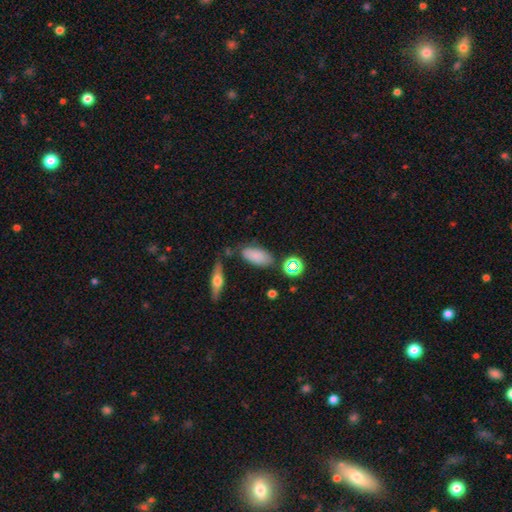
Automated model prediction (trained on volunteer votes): smooth-or-featured: smooth: 77% | featured or disk: 12% | star or artifact: 11%
  how-rounded: in between: 88% | cigar-shaped: 8% | round: 4%
  merging: none: 71% | minor disturbance: 18% | merger: 6% | major disturbance: 5%